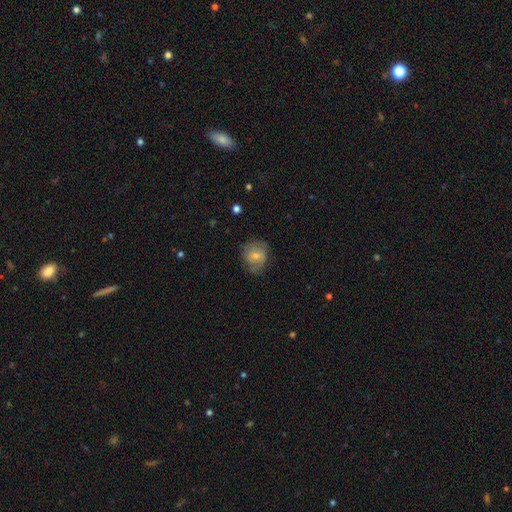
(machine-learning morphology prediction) Smooth or featured? smooth (51%)
How rounded? round (75%)
Merging? none (67%)